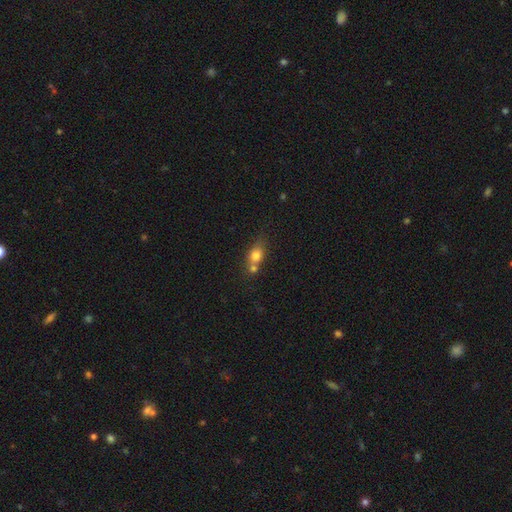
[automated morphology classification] Overall: smooth (76%). How rounded: in between (51%; round 44%). Merging: merger (44%; none 40%).